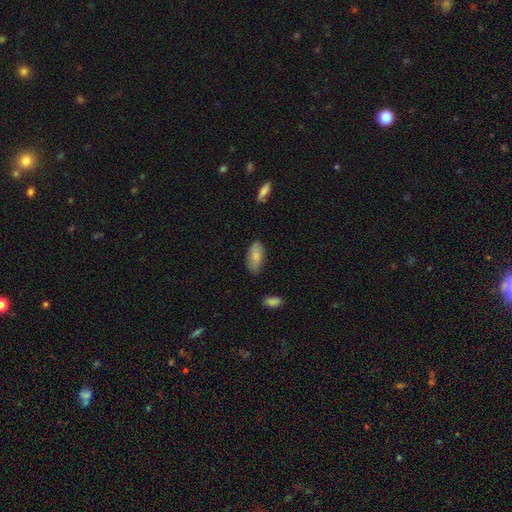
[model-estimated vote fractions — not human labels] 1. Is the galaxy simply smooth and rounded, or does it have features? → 83% smooth, 11% featured or disk, 6% star or artifact.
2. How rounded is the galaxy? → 92% in between, 6% cigar-shaped, 2% round.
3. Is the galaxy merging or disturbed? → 79% none, 17% minor disturbance, 3% major disturbance, 2% merger.